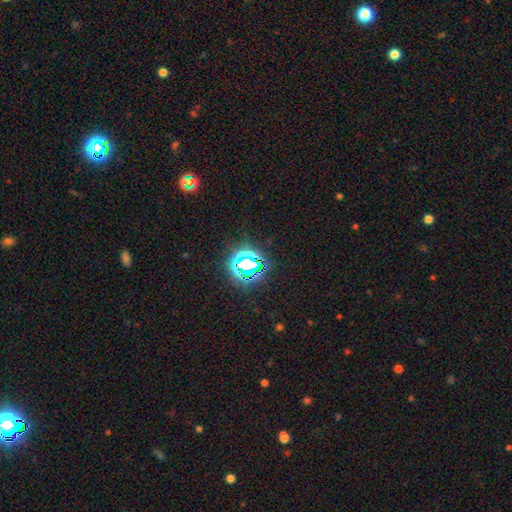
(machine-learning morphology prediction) This is likely a star or artifact rather than a galaxy (80%).